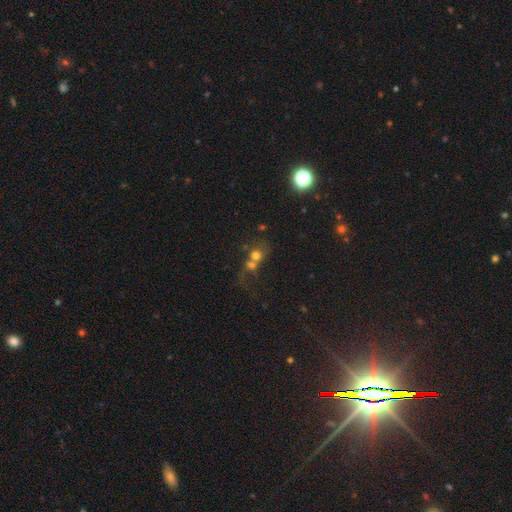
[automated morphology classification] type=smooth (60%); roundness=round (75%); merging=merger (66%).